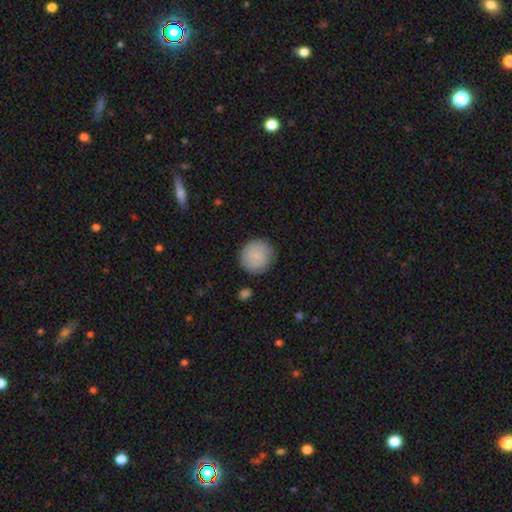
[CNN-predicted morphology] The model was most divided on "smooth or featured": smooth: 84%, featured or disk: 10%, star or artifact: 6%. More confident: how rounded — round (92%); merging — none (85%).